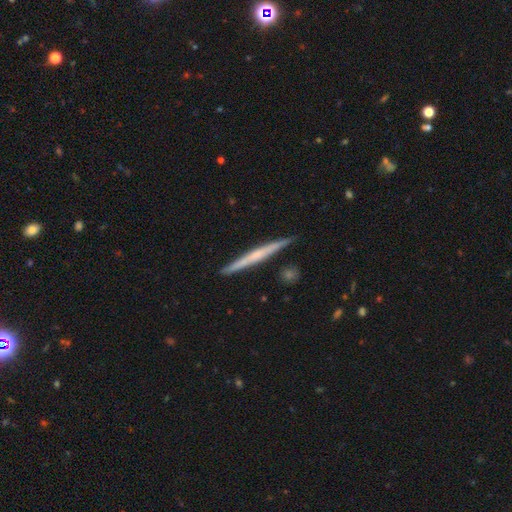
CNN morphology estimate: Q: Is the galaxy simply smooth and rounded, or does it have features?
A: featured or disk — 61%.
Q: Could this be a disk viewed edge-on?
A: yes — 98%.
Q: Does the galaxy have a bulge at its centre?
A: none — 56%.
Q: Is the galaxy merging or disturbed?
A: none — 89%.